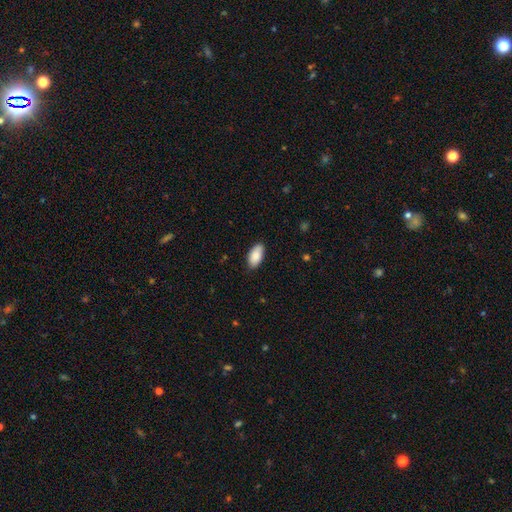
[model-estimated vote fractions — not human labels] Morphology: type=smooth (87%); roundness=in between (93%); merging=none (84%).